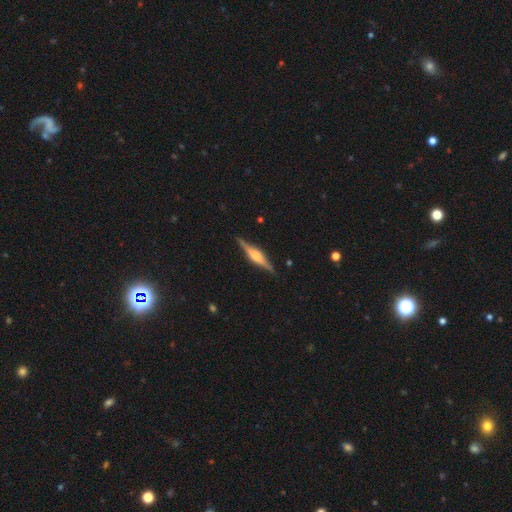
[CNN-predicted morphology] The model was most divided on "edge-on bulge": rounded: 77%, boxy: 20%, none: 3%. More confident: edge-on disk — yes (98%); merging — none (89%); smooth or featured — featured or disk (79%).